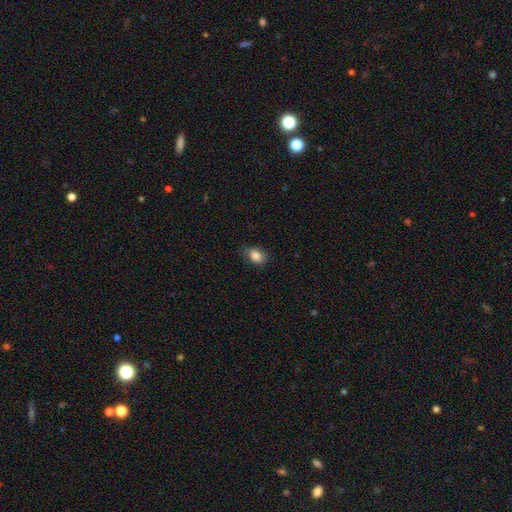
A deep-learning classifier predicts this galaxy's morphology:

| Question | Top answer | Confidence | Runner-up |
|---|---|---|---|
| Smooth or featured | smooth | 86% | star or artifact (8%) |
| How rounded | in between | 80% | round (18%) |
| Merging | none | 72% | minor disturbance (22%) |